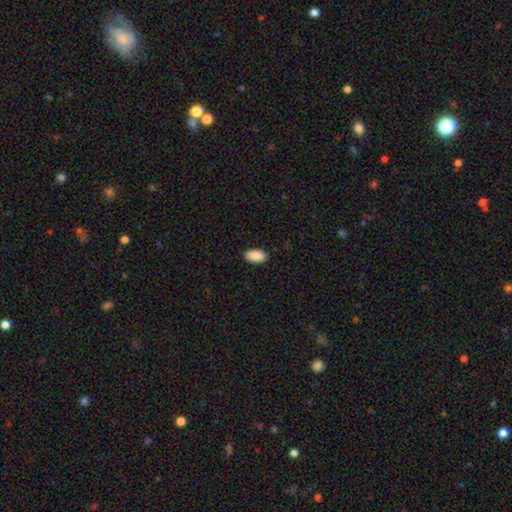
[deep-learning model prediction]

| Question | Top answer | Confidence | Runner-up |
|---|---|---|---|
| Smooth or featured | smooth | 90% | star or artifact (6%) |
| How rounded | in between | 95% | cigar-shaped (3%) |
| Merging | none | 89% | minor disturbance (8%) |